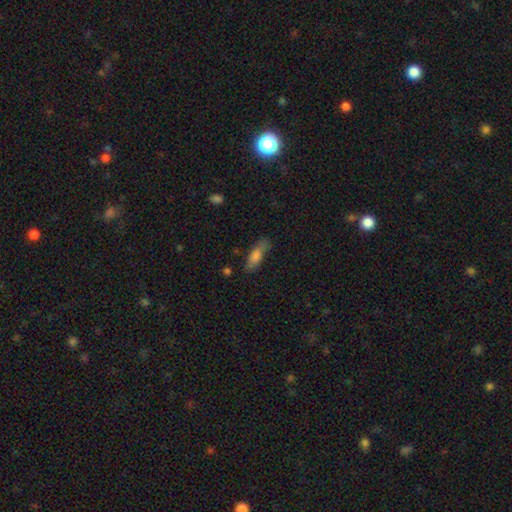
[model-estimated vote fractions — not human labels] A smooth galaxy with no disk features (73%) that is in between round and cigar-shaped (54%).

Vote fractions:
- Smooth or featured? smooth: 73% / featured or disk: 18% / star or artifact: 9%
- How rounded? in between: 54% / cigar-shaped: 43% / round: 3%
- Merging? none: 62% / minor disturbance: 25% / major disturbance: 9% / merger: 4%